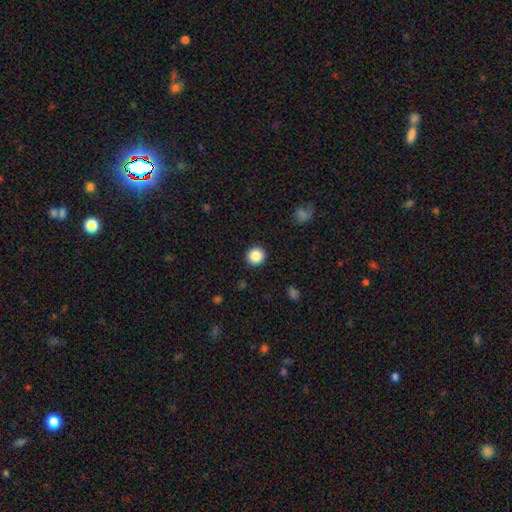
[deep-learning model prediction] Smooth or featured?
  - smooth: 87% *
  - star or artifact: 10%
  - featured or disk: 4%
How rounded?
  - round: 94% *
  - in between: 5%
  - cigar-shaped: 1%
Merging?
  - none: 92% *
  - minor disturbance: 5%
  - major disturbance: 2%
  - merger: 1%